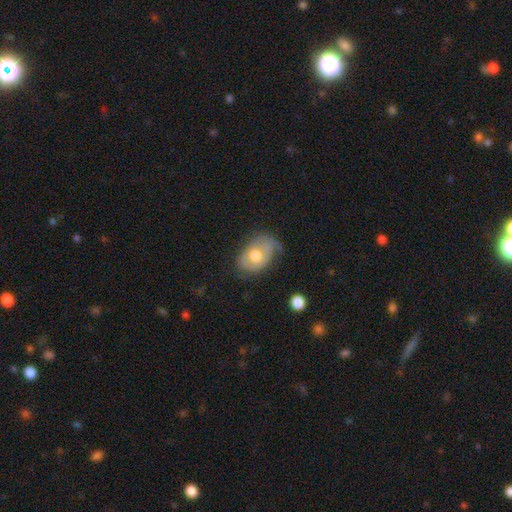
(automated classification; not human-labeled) This is possibly a smooth galaxy (48%). Merging: marginally none (45%).